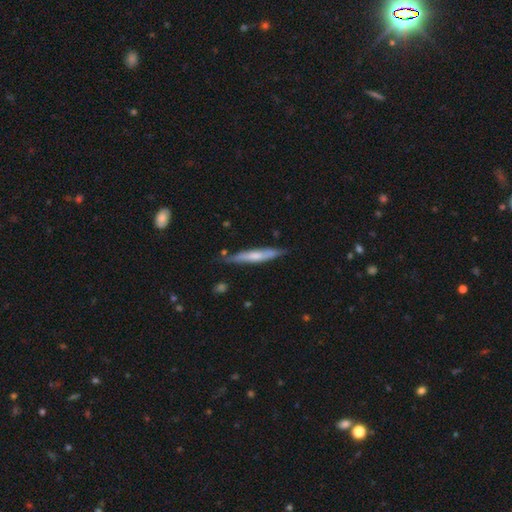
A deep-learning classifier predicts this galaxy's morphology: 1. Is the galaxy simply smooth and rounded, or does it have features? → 51% smooth, 43% featured or disk, 6% star or artifact.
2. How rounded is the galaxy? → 93% cigar-shaped, 6% in between, 1% round.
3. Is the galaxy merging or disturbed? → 80% none, 16% minor disturbance, 2% major disturbance, 2% merger.